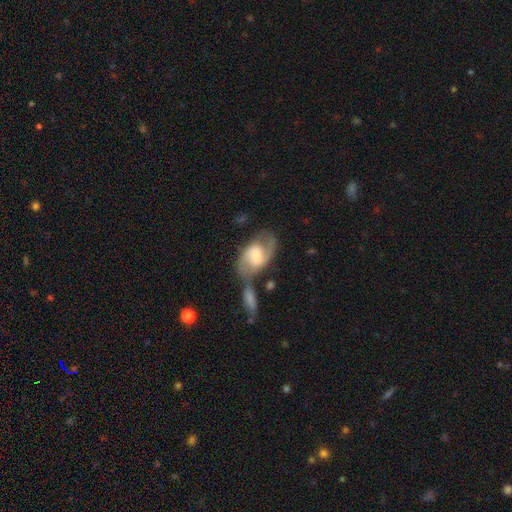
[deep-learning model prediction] Smooth or featured? featured or disk (72%)
Edge-on disk? no (96%)
Bar? weak (47%)
Spiral arms? yes (93%)
Spiral winding? medium (52%)
Spiral arm count? 2 (88%)
Bulge size? moderate (46%)
Merging? none (41%)